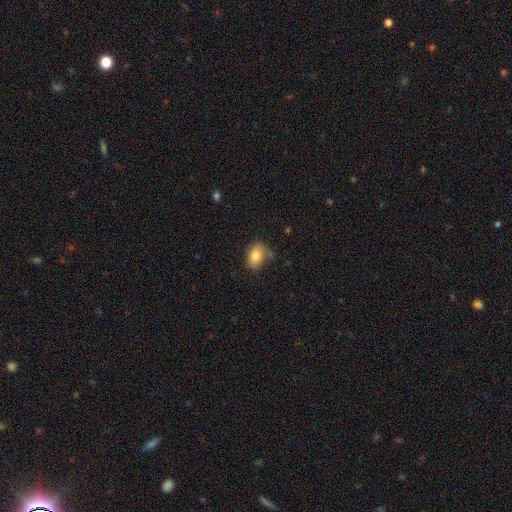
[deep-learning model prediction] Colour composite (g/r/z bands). It shows a smooth galaxy with no disk features (81%) that is in between round and cigar-shaped (74%). Merging: none (65%).